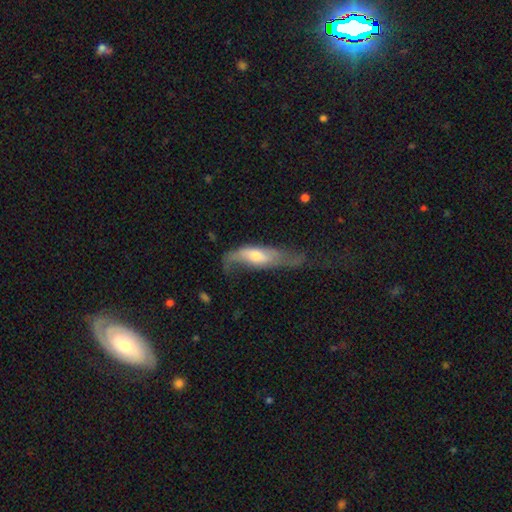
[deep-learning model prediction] Q: Smooth or featured?
A: featured or disk (55%); runner-up: smooth (39%)
Q: Edge-on disk?
A: no (68%); runner-up: yes (32%)
Q: Merging?
A: major disturbance (37%); runner-up: none (30%)